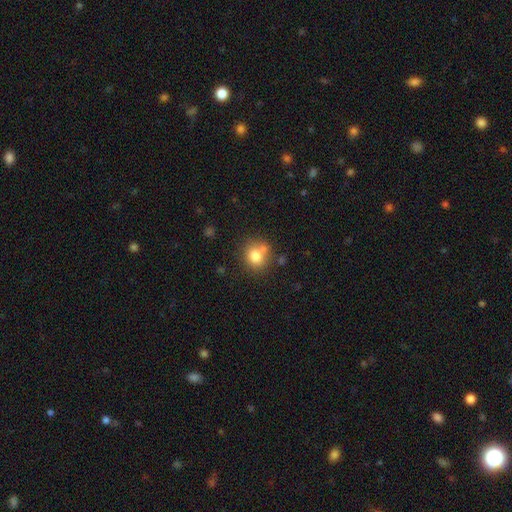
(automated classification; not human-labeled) Smooth or featured?
  - smooth: 79% *
  - star or artifact: 11%
  - featured or disk: 10%
How rounded?
  - round: 77% *
  - in between: 23%
  - cigar-shaped: 1%
Merging?
  - none: 62% *
  - merger: 18%
  - minor disturbance: 14%
  - major disturbance: 5%